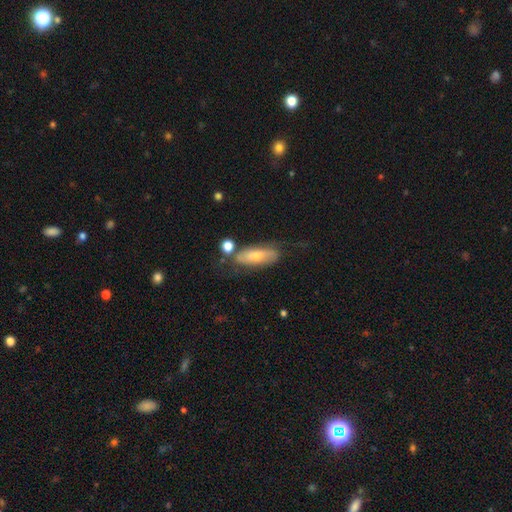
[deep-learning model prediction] Morphology: type=smooth (49%); merging=none (60%).